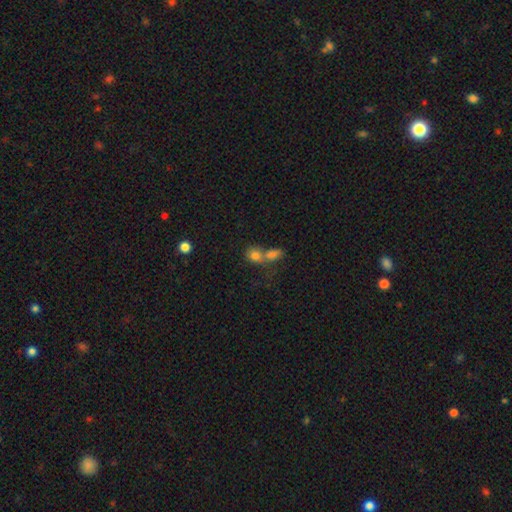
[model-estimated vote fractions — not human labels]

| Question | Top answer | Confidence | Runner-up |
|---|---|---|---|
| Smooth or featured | smooth | 78% | star or artifact (12%) |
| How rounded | round | 58% | in between (40%) |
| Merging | merger | 58% | none (29%) |